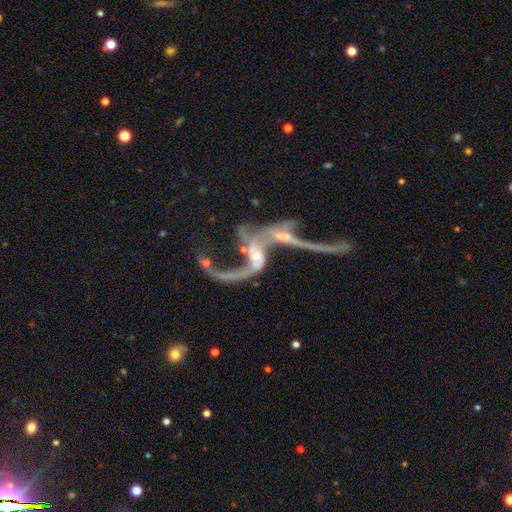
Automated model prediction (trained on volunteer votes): Morphology: type=featured or disk (78%); edge-on=no (93%); bar=no (61%); spiral arms=yes (69%); winding=loose (92%); arm count=2 (53%); bulge=small (41%); merging=merger (67%).